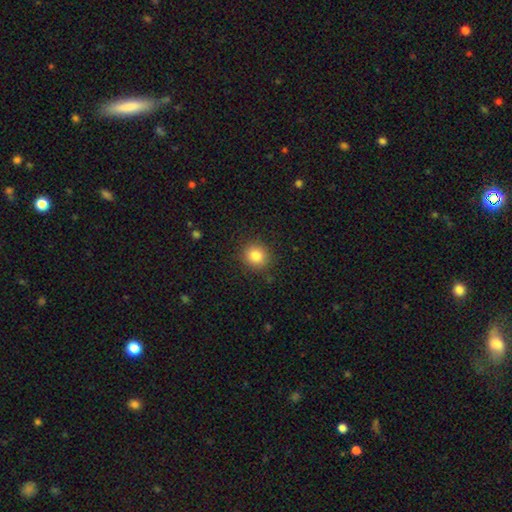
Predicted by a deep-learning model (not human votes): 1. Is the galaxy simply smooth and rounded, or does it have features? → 83% smooth, 11% star or artifact, 6% featured or disk.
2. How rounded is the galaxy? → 88% round, 11% in between, 1% cigar-shaped.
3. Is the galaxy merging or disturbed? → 89% none, 8% minor disturbance, 2% major disturbance, 1% merger.